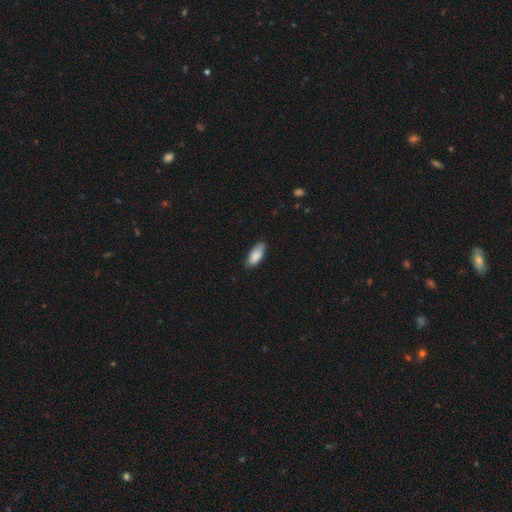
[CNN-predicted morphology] Q: Smooth or featured?
A: smooth (86%); runner-up: featured or disk (8%)
Q: How rounded?
A: in between (81%); runner-up: cigar-shaped (17%)
Q: Merging?
A: none (75%); runner-up: minor disturbance (21%)